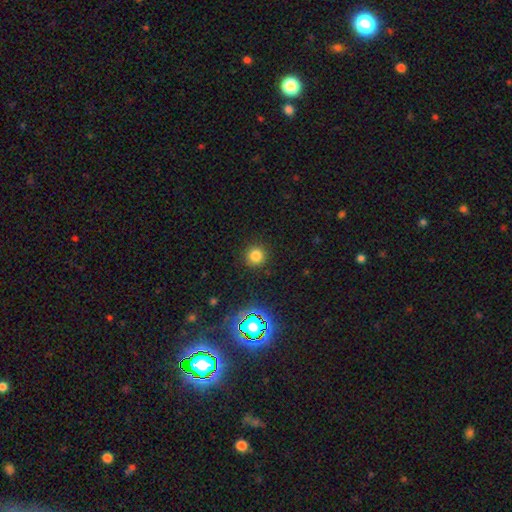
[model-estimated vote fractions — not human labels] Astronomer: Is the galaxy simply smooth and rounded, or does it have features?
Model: smooth — 78%.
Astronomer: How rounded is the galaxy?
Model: round — 94%.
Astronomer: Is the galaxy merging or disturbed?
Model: none — 91%.